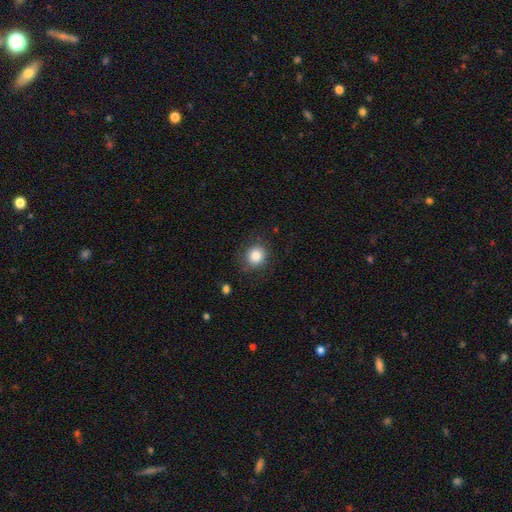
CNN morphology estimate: This is clearly a smooth galaxy (84%). How rounded: clearly round (83%). Merging: clearly none (81%).